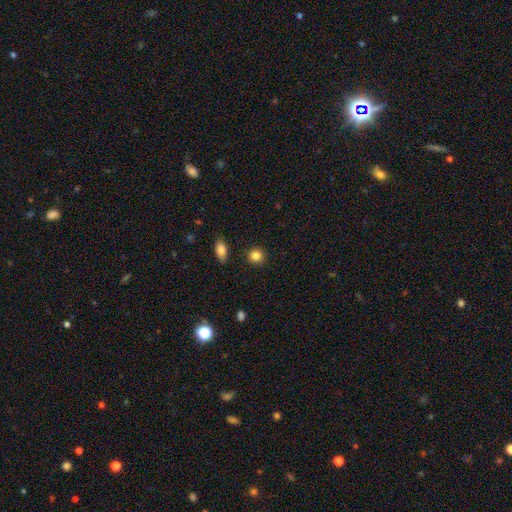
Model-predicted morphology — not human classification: smooth-or-featured: smooth: 85% | star or artifact: 10% | featured or disk: 5%
  how-rounded: round: 88% | in between: 11% | cigar-shaped: 1%
  merging: none: 90% | minor disturbance: 6% | major disturbance: 2% | merger: 2%